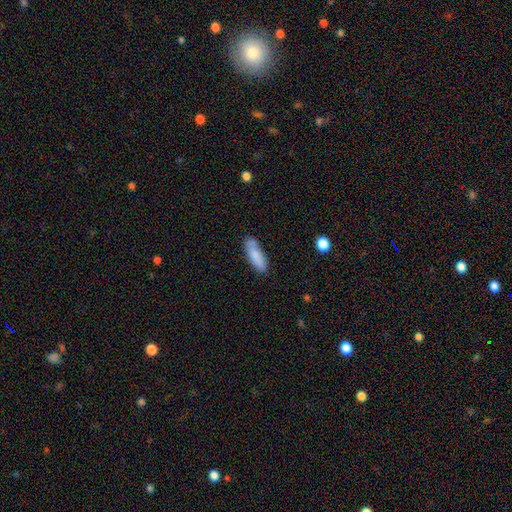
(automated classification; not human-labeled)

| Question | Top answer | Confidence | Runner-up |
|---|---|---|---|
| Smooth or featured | smooth | 83% | featured or disk (10%) |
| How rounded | in between | 51% | cigar-shaped (47%) |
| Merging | none | 72% | minor disturbance (19%) |